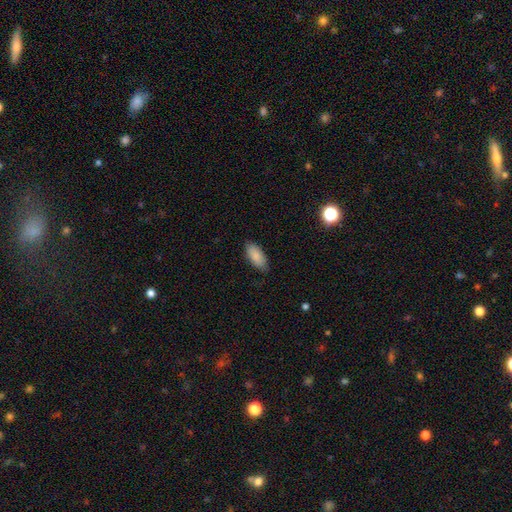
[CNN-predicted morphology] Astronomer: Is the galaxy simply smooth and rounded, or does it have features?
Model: smooth — 87%.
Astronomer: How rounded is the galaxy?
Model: in between — 87%.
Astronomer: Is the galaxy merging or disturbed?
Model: none — 83%.